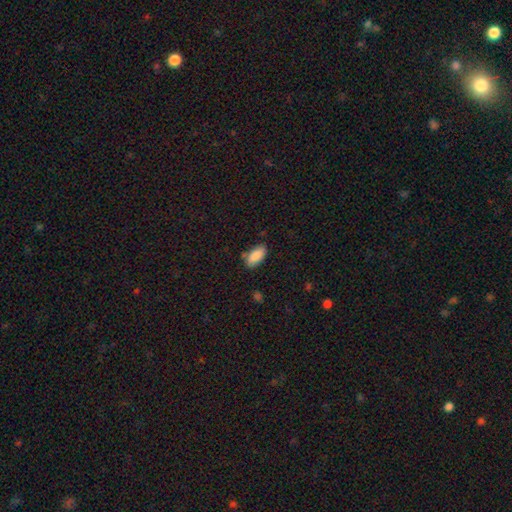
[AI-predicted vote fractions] Overall: smooth (87%). How rounded: in between (92%). Merging: none (79%).